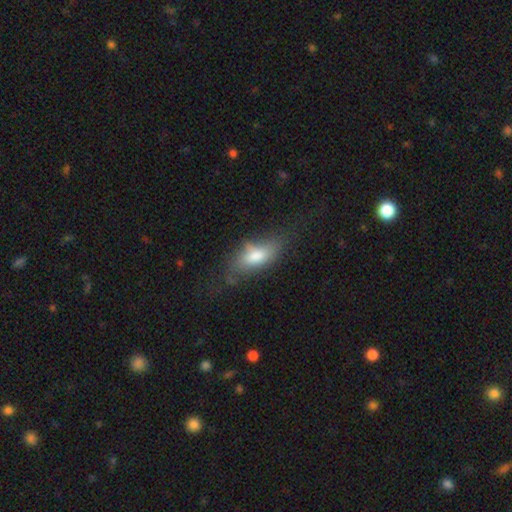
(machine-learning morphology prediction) Q: Smooth or featured?
A: smooth (71%); runner-up: featured or disk (20%)
Q: How rounded?
A: in between (81%); runner-up: cigar-shaped (16%)
Q: Merging?
A: none (48%); runner-up: minor disturbance (29%)